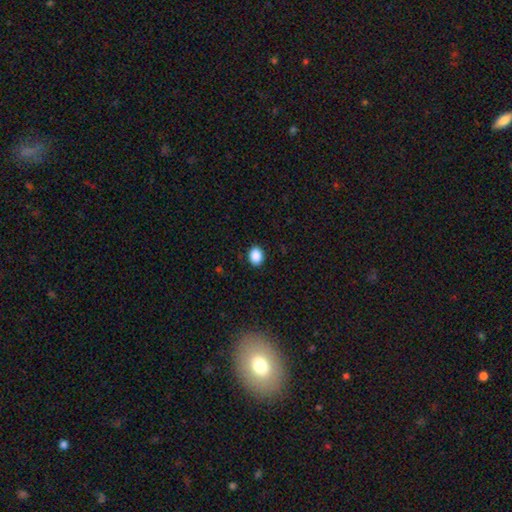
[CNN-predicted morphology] The model was most divided on "how rounded": in between: 64%, round: 35%, cigar-shaped: 1%. More confident: merging — none (90%); smooth or featured — smooth (89%).